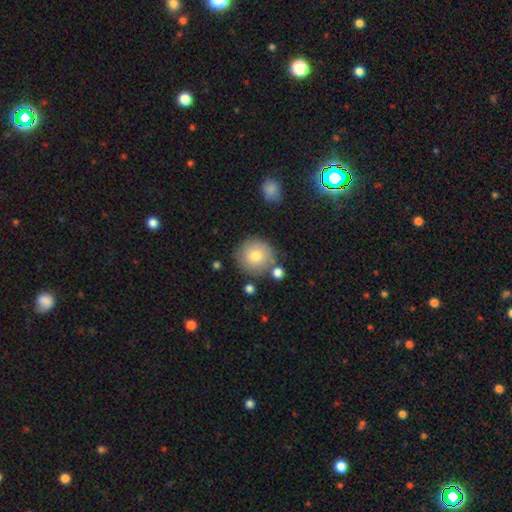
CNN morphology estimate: Smooth or featured? Predicted: smooth (p=0.79). How rounded? Predicted: round (p=0.94). Merging? Predicted: none (p=0.78).